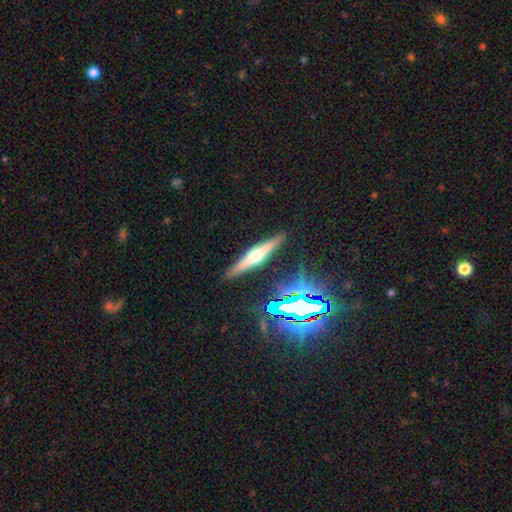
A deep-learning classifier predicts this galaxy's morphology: A featured or disk galaxy (64%) viewed edge-on (96%) with a rounded central bulge (89%).

Vote fractions:
- Smooth or featured? featured or disk: 64% / smooth: 26% / star or artifact: 10%
- Edge-on disk? yes: 96% / no: 4%
- Edge-on bulge? rounded: 89% / boxy: 6% / none: 4%
- Merging? none: 89% / minor disturbance: 7% / major disturbance: 2% / merger: 2%